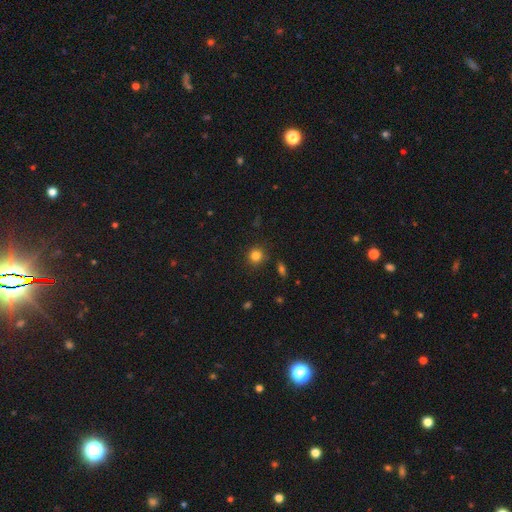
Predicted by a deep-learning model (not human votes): A smooth galaxy with no disk features (82%) that is round (90%).

Vote fractions:
- Smooth or featured? smooth: 82% / star or artifact: 12% / featured or disk: 6%
- How rounded? round: 90% / in between: 9% / cigar-shaped: 1%
- Merging? none: 87% / minor disturbance: 8% / major disturbance: 2% / merger: 2%